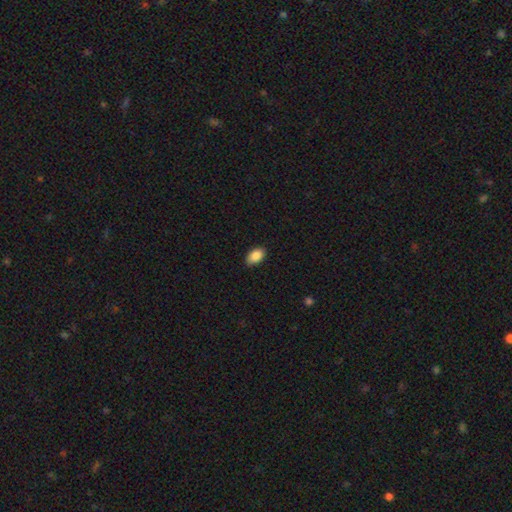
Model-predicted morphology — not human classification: Smooth or featured? smooth (88%)
How rounded? in between (92%)
Merging? none (87%)